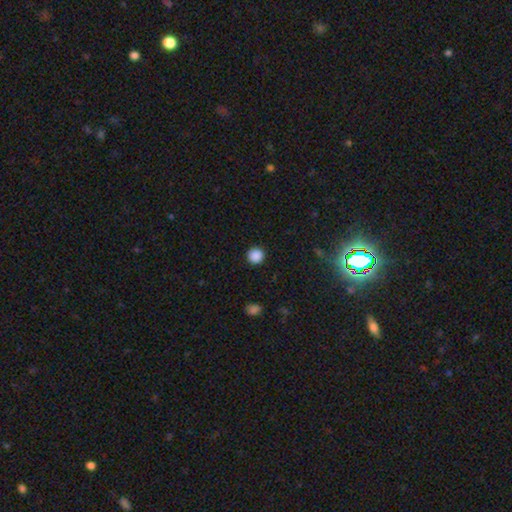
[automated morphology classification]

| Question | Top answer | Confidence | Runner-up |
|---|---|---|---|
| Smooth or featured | smooth | 88% | star or artifact (10%) |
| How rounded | round | 94% | in between (5%) |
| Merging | none | 92% | minor disturbance (5%) |